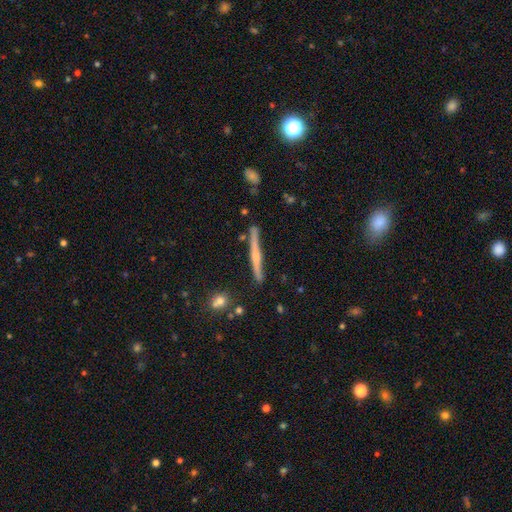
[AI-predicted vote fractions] smooth_or_featured: featured or disk (p=0.66) [alt: smooth p=0.27]
disk_edge_on: yes (p=0.97) [alt: no p=0.03]
edge_on_bulge: rounded (p=0.63) [alt: none p=0.25]
merging: none (p=0.84) [alt: minor disturbance p=0.11]